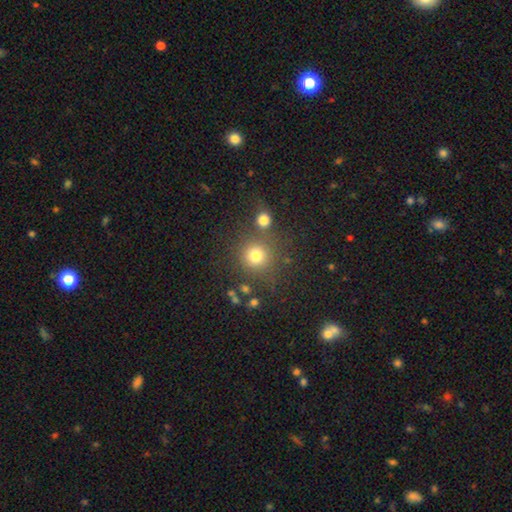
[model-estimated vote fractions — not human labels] A smooth galaxy with no disk features (76%) that is round (92%). Merging: none (72%).